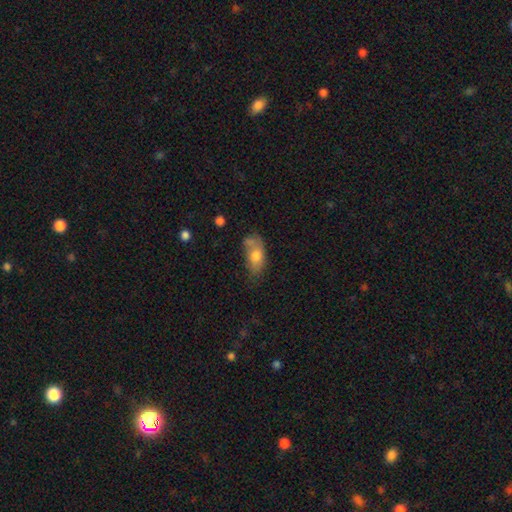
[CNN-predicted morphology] smooth 72%, featured or disk 20%, star or artifact 9%. Down the decision tree: how rounded — in between (85%); merging — none (37%).